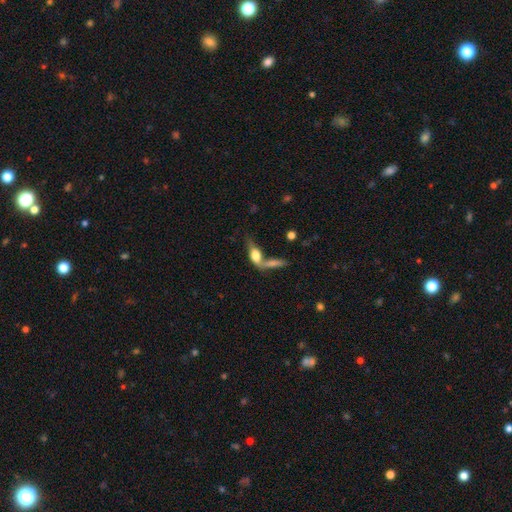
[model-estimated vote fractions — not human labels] smooth 59%, featured or disk 33%, star or artifact 9%. Down the decision tree: how rounded — in between (61%); merging — merger (51%).